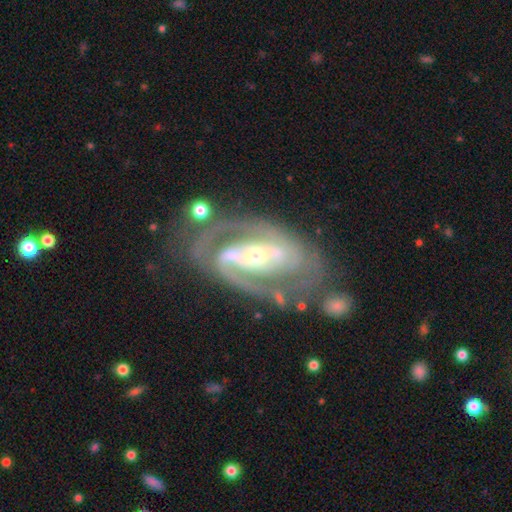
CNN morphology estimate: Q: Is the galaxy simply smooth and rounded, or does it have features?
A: featured or disk — 90%.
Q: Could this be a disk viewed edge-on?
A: no — 96%.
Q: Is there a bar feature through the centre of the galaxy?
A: strong — 46%.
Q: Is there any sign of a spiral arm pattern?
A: yes — 96%.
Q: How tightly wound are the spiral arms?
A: tight — 49%.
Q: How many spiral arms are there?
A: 2 — 78%.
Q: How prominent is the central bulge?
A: small — 48%.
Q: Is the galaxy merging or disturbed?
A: none — 64%.